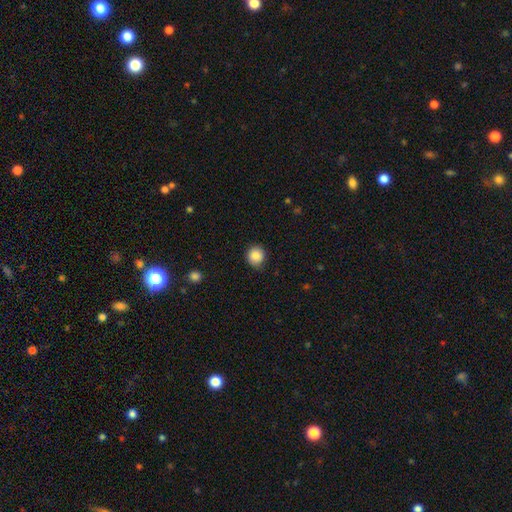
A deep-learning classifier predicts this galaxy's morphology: smooth_or_featured: smooth (p=0.87) [alt: star or artifact p=0.09]
how_rounded: round (p=0.88) [alt: in between p=0.11]
merging: none (p=0.84) [alt: minor disturbance p=0.13]